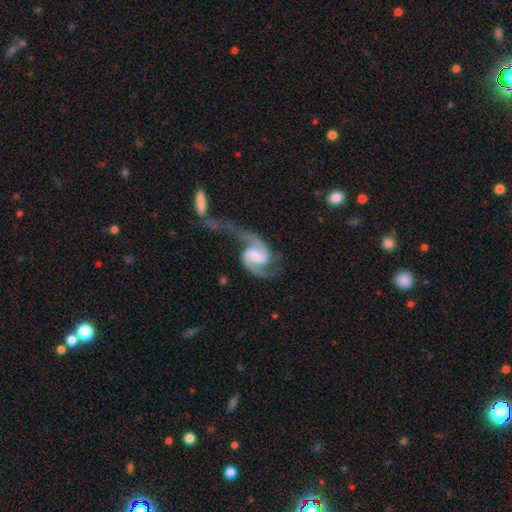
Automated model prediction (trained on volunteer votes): Morphology: type=featured or disk (91%); edge-on=no (98%); bar=weak (51%); spiral arms=yes (98%); winding=medium (49%); arm count=2 (92%); bulge=moderate (42%); merging=major disturbance (34%).